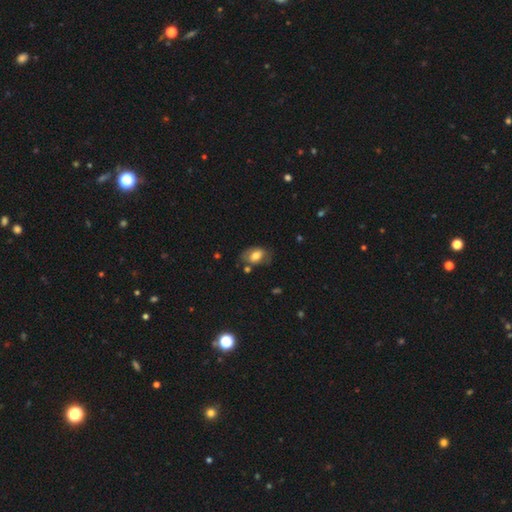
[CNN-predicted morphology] Q: Smooth or featured?
A: smooth (67%); runner-up: featured or disk (25%)
Q: How rounded?
A: in between (85%); runner-up: round (13%)
Q: Merging?
A: none (61%); runner-up: minor disturbance (23%)